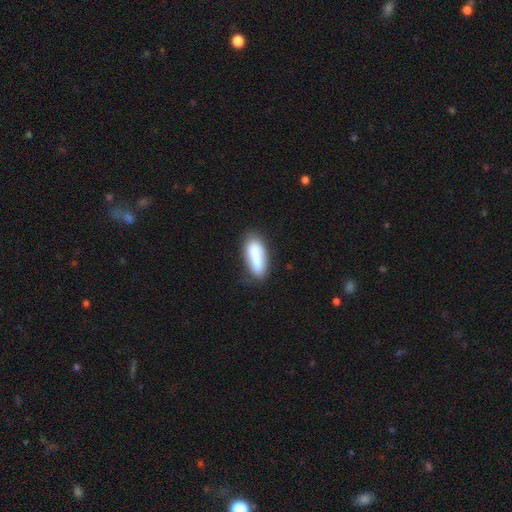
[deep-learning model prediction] smooth_or_featured: smooth (p=0.79) [alt: featured or disk p=0.14]
how_rounded: in between (p=0.61) [alt: cigar-shaped p=0.36]
merging: none (p=0.69) [alt: minor disturbance p=0.21]